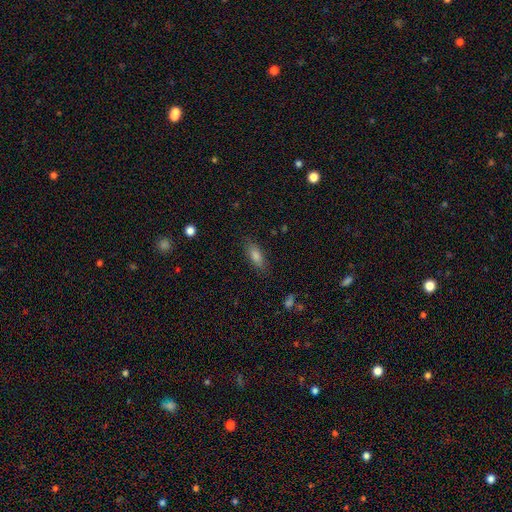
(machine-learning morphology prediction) Smooth or featured? smooth (77%)
How rounded? in between (68%)
Merging? none (84%)